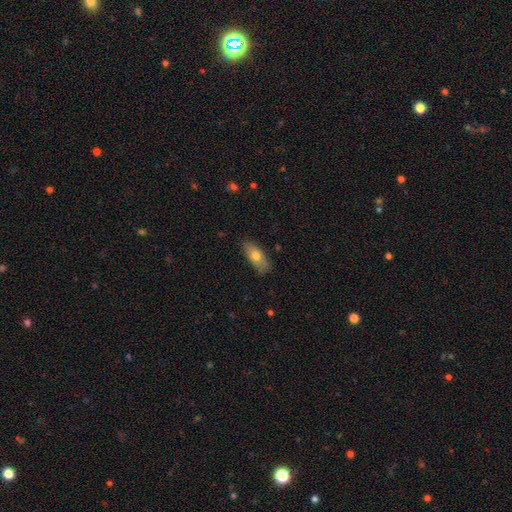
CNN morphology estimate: A smooth galaxy with no disk features (69%) that is in between round and cigar-shaped (82%). Merging: none (80%).